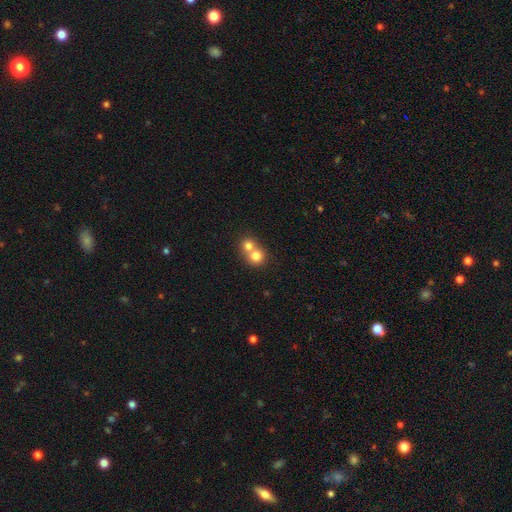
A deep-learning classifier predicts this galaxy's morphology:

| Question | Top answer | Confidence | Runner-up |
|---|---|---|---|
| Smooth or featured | smooth | 77% | featured or disk (13%) |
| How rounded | round | 83% | in between (16%) |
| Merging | merger | 65% | none (29%) |